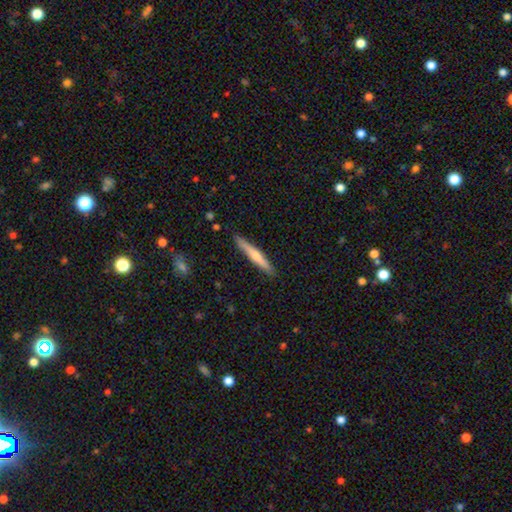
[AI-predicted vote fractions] This is possibly a featured or disk galaxy (48%). Merging: clearly none (89%).